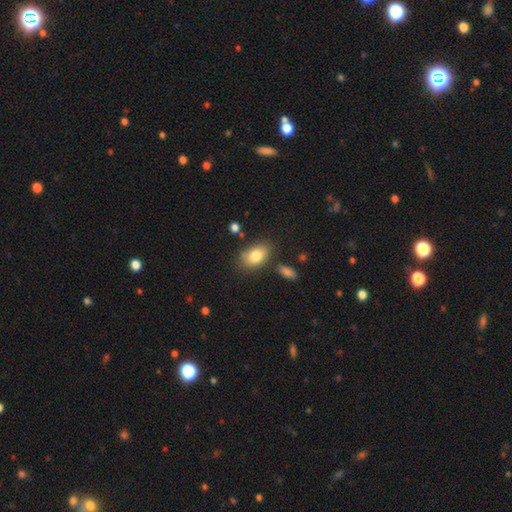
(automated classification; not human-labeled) smooth_or_featured: smooth (p=0.82) [alt: featured or disk p=0.11]
how_rounded: in between (p=0.87) [alt: round p=0.12]
merging: none (p=0.73) [alt: minor disturbance p=0.16]